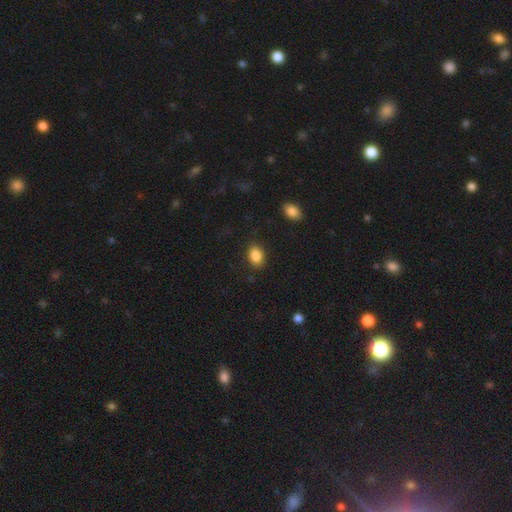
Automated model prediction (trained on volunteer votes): The model was most divided on "how rounded": in between: 76%, round: 23%, cigar-shaped: 1%. More confident: smooth or featured — smooth (87%); merging — none (85%).